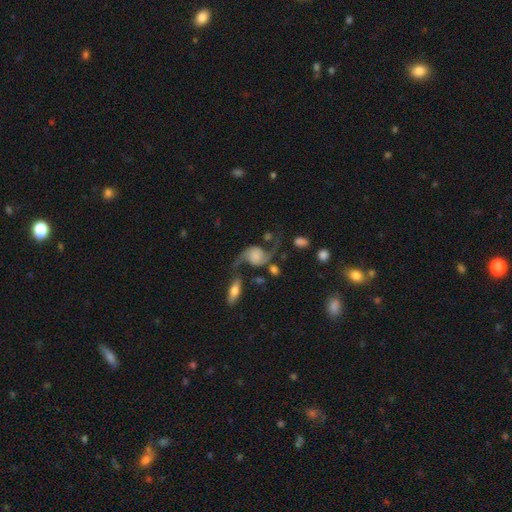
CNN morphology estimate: type=featured or disk (84%); edge-on=no (96%); bar=no (68%); spiral arms=yes (96%); winding=loose (82%); arm count=2 (94%); bulge=none (37%); merging=none (63%).